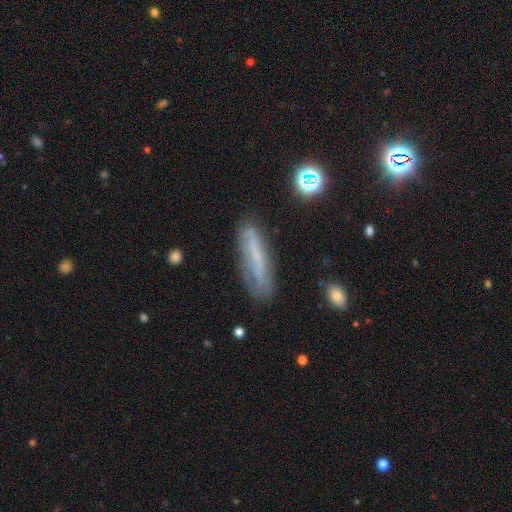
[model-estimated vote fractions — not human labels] Smooth or featured? Predicted: smooth (p=0.46). Merging? Predicted: none (p=0.71).